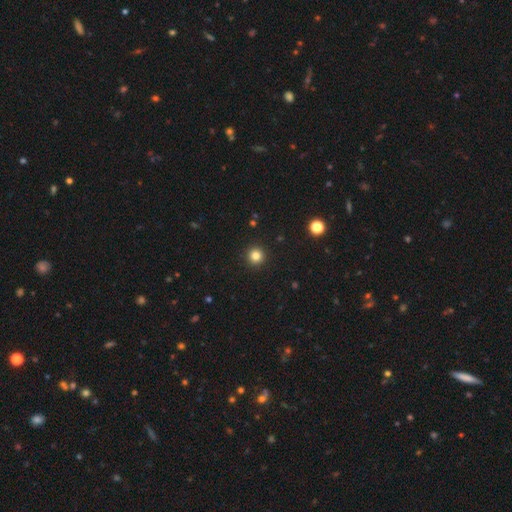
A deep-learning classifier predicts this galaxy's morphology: smooth-or-featured: smooth: 82% | star or artifact: 13% | featured or disk: 5%
  how-rounded: round: 96% | in between: 3% | cigar-shaped: 1%
  merging: none: 93% | minor disturbance: 4% | major disturbance: 2% | merger: 1%